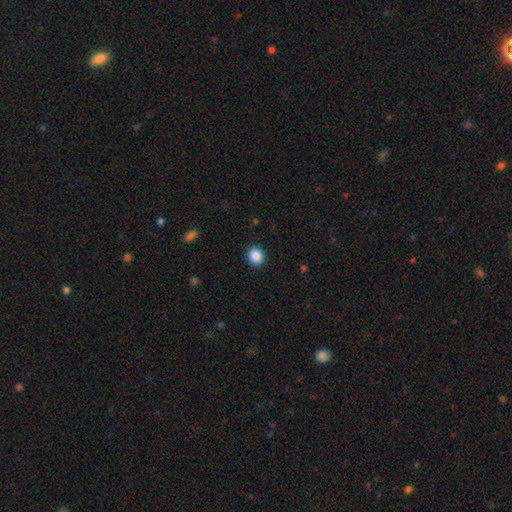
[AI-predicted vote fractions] A smooth galaxy with no disk features (88%) that is round (77%). Merging: none (90%).